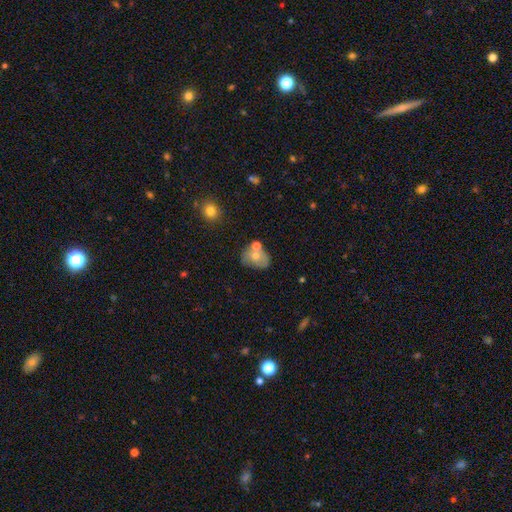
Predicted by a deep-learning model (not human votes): A smooth galaxy with no disk features (57%) that is in between round and cigar-shaped (56%). Merging: none (43%).